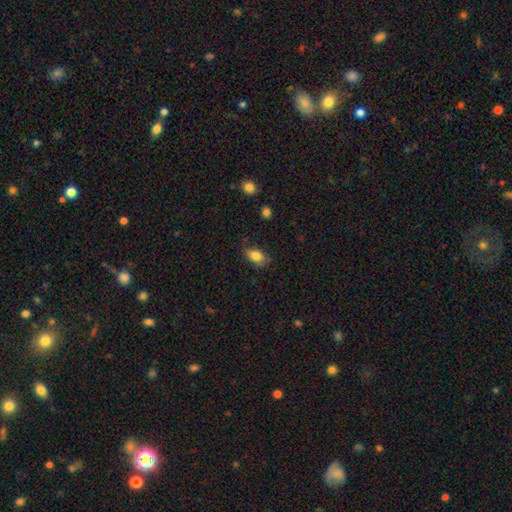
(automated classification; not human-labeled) Smooth or featured?
  - smooth: 83% *
  - featured or disk: 9%
  - star or artifact: 8%
How rounded?
  - in between: 87% *
  - round: 11%
  - cigar-shaped: 2%
Merging?
  - none: 69% *
  - minor disturbance: 24%
  - major disturbance: 6%
  - merger: 2%